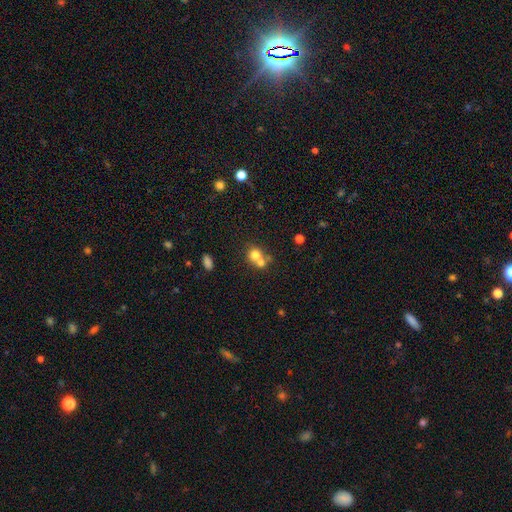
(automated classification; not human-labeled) This is likely a smooth galaxy (72%). How rounded: likely round (77%). Merging: possibly merger (57%).